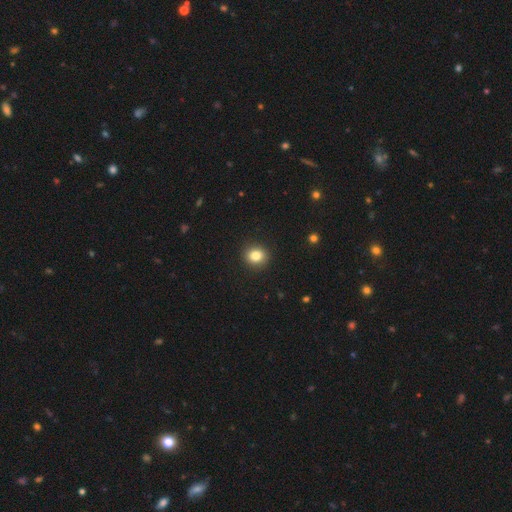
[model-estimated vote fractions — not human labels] This appears to be a smooth galaxy with no disk features (83%) that is round (82%). Merging: none (91%).